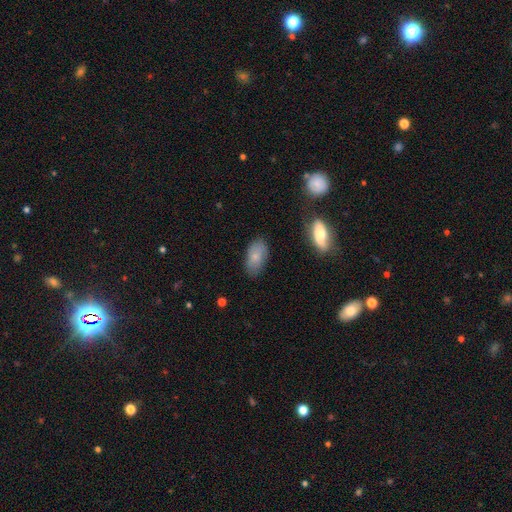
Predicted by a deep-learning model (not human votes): smooth 76%, featured or disk 17%, star or artifact 7%. Down the decision tree: how rounded — in between (93%); merging — none (77%).